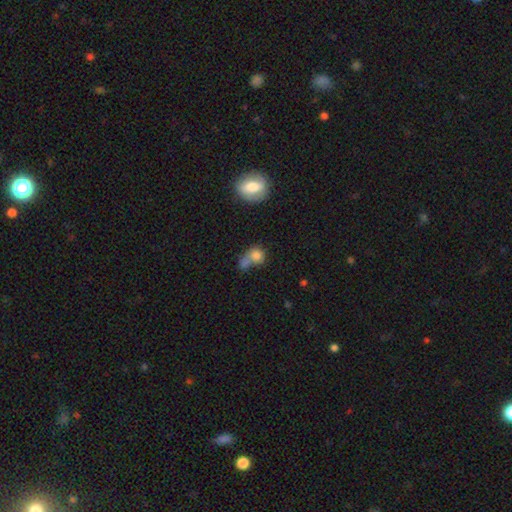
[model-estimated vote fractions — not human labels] Overall: smooth (77%). How rounded: round (66%; in between 32%). Merging: merger (47%; none 30%).